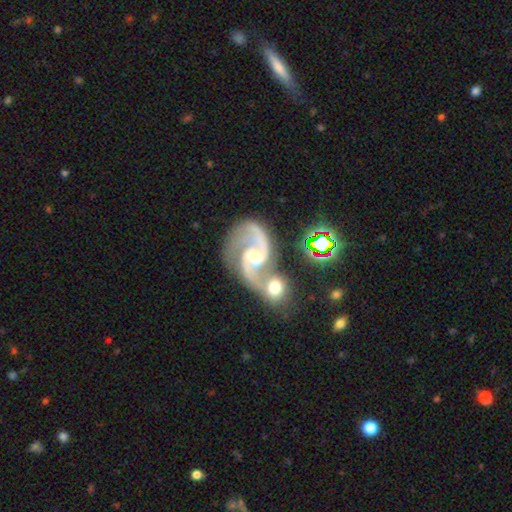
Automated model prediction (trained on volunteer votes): Q: Smooth or featured?
A: featured or disk (90%); runner-up: star or artifact (6%)
Q: Edge-on disk?
A: no (98%); runner-up: yes (2%)
Q: Bar?
A: weak (45%); runner-up: no (37%)
Q: Spiral arms?
A: yes (98%); runner-up: no (2%)
Q: Spiral winding?
A: medium (58%); runner-up: loose (28%)
Q: Spiral arm count?
A: 2 (92%); runner-up: 1 (2%)
Q: Bulge size?
A: small (50%); runner-up: moderate (40%)
Q: Merging?
A: merger (40%); runner-up: none (38%)